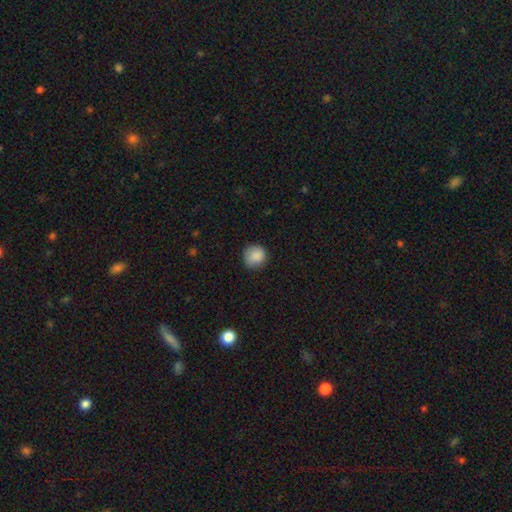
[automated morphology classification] type=smooth (88%); roundness=round (92%); merging=none (82%).